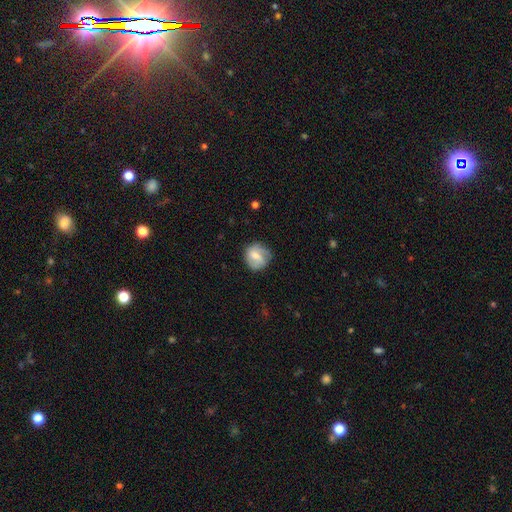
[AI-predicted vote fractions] Q: Smooth or featured?
A: featured or disk (48%); runner-up: smooth (45%)
Q: Merging?
A: none (71%); runner-up: minor disturbance (21%)